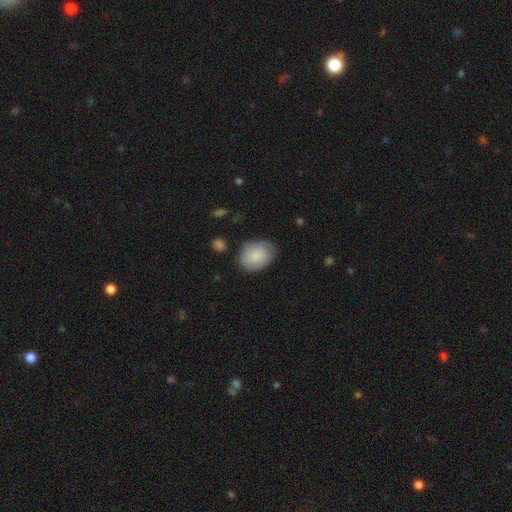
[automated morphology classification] smooth-or-featured: smooth: 80% | featured or disk: 14% | star or artifact: 7%
  how-rounded: in between: 66% | round: 33% | cigar-shaped: 1%
  merging: none: 70% | minor disturbance: 22% | major disturbance: 6% | merger: 2%